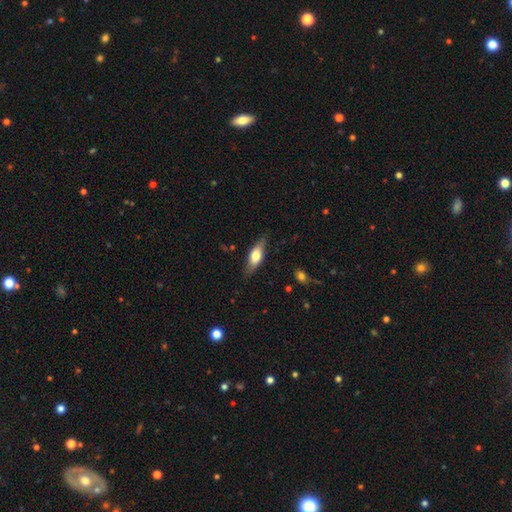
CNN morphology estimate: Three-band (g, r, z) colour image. It shows a smooth galaxy with no disk features (62%) that is in between round and cigar-shaped (65%). Merging: none (80%).